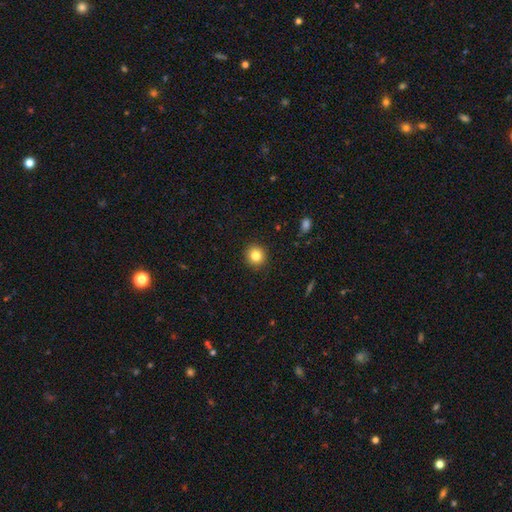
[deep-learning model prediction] A smooth galaxy with no disk features (83%) that is round (92%). Merging: none (92%).